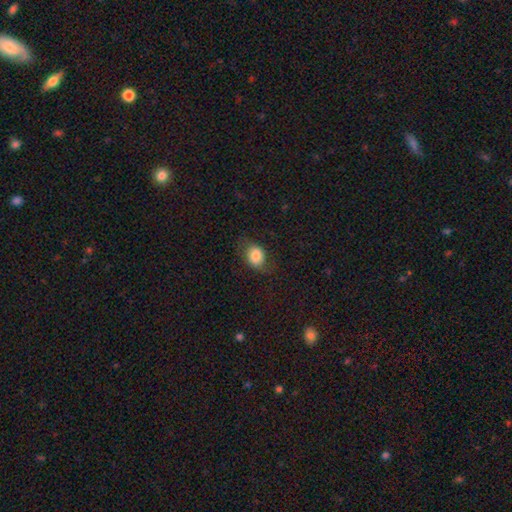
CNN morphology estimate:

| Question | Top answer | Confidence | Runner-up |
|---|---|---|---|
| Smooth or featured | smooth | 79% | featured or disk (12%) |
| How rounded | in between | 54% | round (45%) |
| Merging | none | 71% | minor disturbance (18%) |